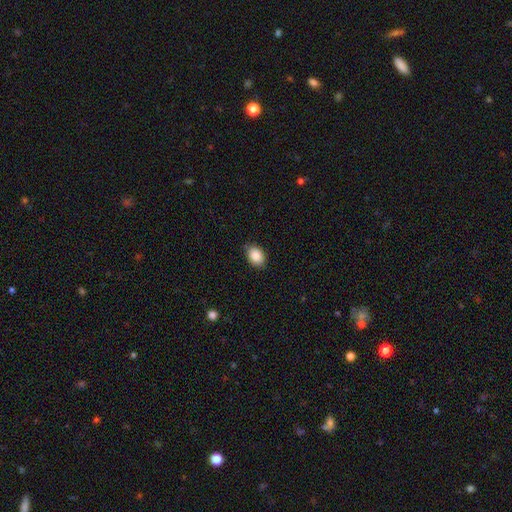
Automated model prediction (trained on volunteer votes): A smooth galaxy with no disk features (88%) that is in between round and cigar-shaped (76%). Merging: none (82%).